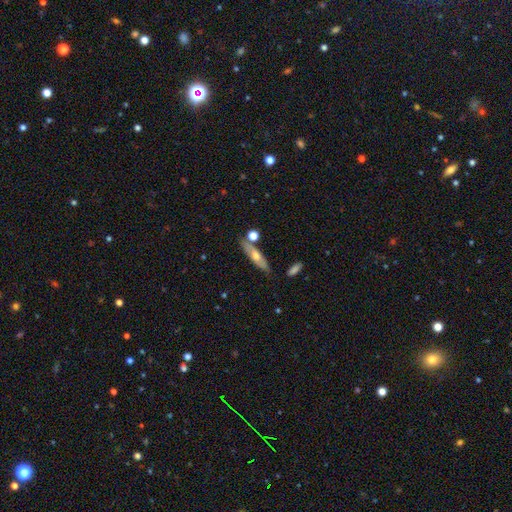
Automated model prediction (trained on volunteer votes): smooth_or_featured: featured or disk (p=0.47) [alt: smooth p=0.46]
merging: none (p=0.75) [alt: minor disturbance p=0.14]